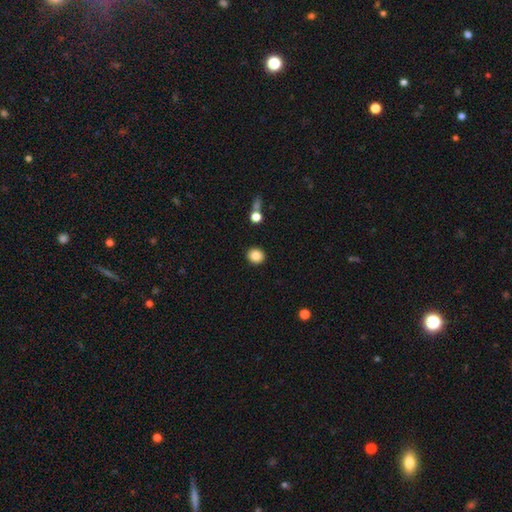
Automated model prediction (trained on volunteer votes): A smooth galaxy with no disk features (85%) that is round (89%). Merging: none (91%).